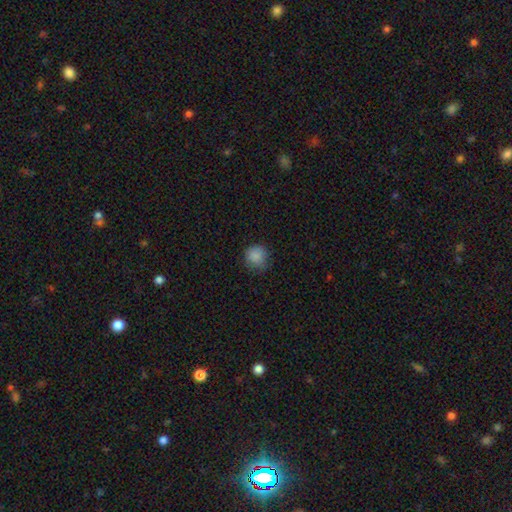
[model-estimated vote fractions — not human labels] smooth-or-featured: smooth: 85% | star or artifact: 11% | featured or disk: 5%
  how-rounded: round: 90% | in between: 10% | cigar-shaped: 1%
  merging: none: 75% | minor disturbance: 20% | major disturbance: 5% | merger: 1%